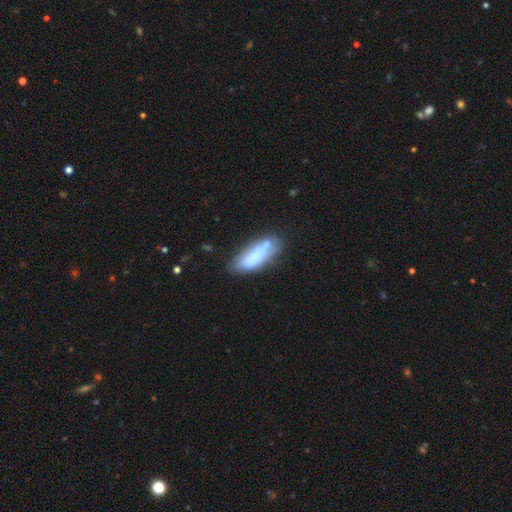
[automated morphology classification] A smooth galaxy with no disk features (64%) that is in between round and cigar-shaped (67%).

Vote fractions:
- Smooth or featured? smooth: 64% / featured or disk: 28% / star or artifact: 8%
- How rounded? in between: 67% / cigar-shaped: 31% / round: 2%
- Merging? none: 53% / minor disturbance: 24% / merger: 14% / major disturbance: 9%